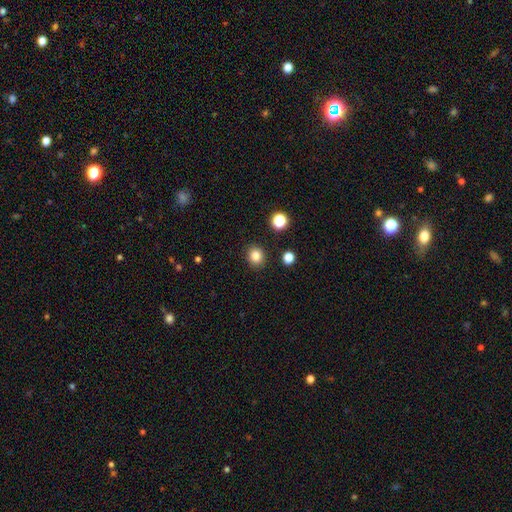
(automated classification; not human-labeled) The model was most divided on "how rounded": round: 76%, in between: 23%, cigar-shaped: 1%. More confident: merging — none (89%); smooth or featured — smooth (83%).